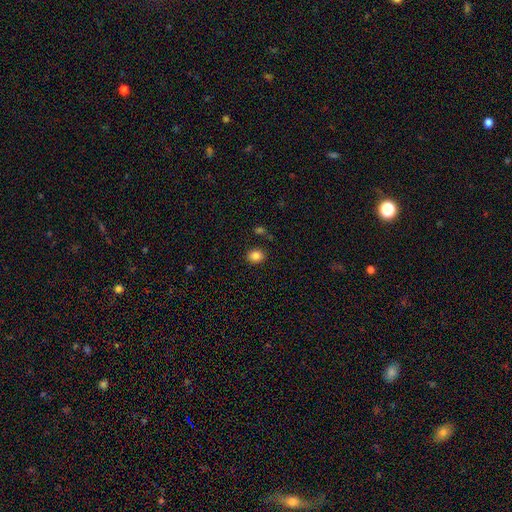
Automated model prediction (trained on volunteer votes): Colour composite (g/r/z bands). It shows a smooth galaxy with no disk features (85%) that is round (55%). Merging: none (84%).